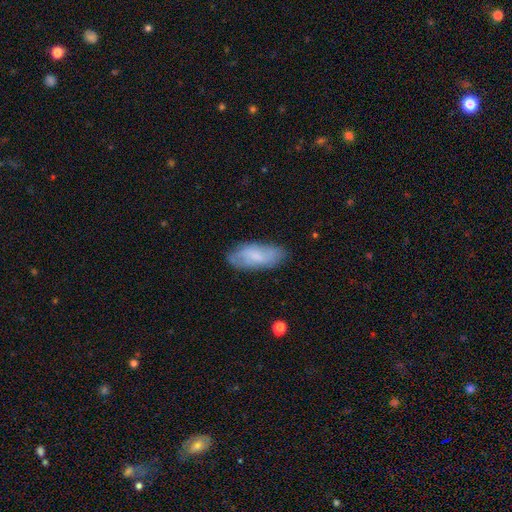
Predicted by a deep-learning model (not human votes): Smooth or featured? smooth (64%)
How rounded? in between (83%)
Merging? none (77%)